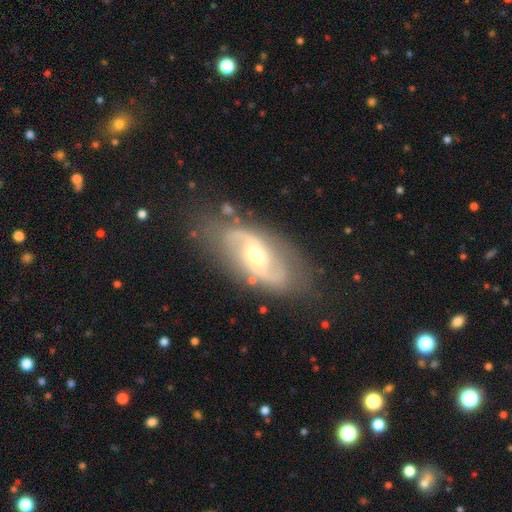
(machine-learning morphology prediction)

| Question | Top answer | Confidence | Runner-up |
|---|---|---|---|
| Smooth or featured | featured or disk | 82% | smooth (13%) |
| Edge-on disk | no | 94% | yes (6%) |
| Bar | no | 42% | weak (40%) |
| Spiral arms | yes | 89% | no (11%) |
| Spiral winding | medium | 43% | loose (40%) |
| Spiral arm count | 2 | 88% | can't tell (6%) |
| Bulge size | moderate | 57% | small (36%) |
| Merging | none | 74% | minor disturbance (16%) |